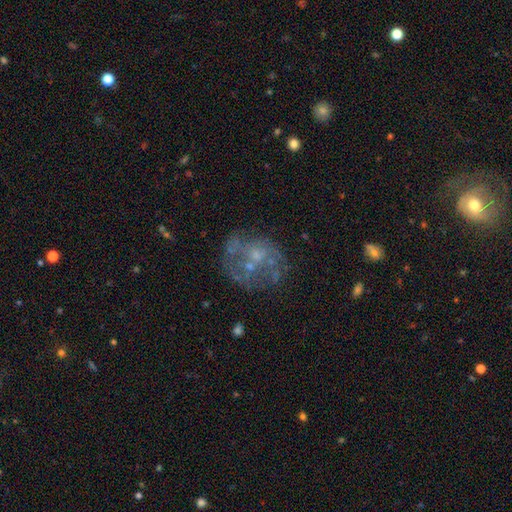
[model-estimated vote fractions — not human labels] This is likely a featured or disk galaxy (64%). It is clearly not viewed edge-on (98%). Bar: clearly no (85%). Spiral arm pattern: likely no (68%). Central bulge: marginally small (44%). Merging: possibly none (48%).